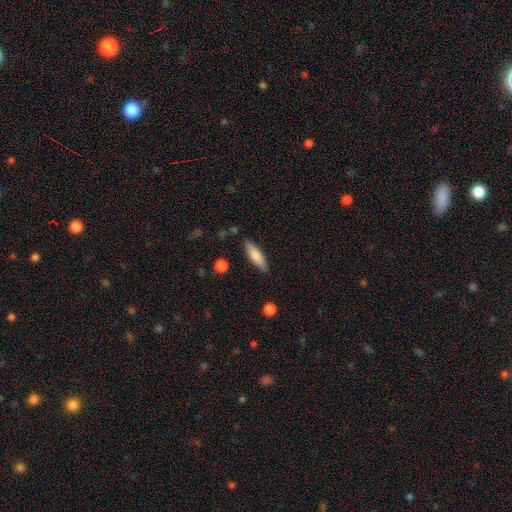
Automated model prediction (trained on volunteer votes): Q: Smooth or featured?
A: smooth (79%); runner-up: featured or disk (15%)
Q: How rounded?
A: cigar-shaped (60%); runner-up: in between (39%)
Q: Merging?
A: none (85%); runner-up: minor disturbance (11%)